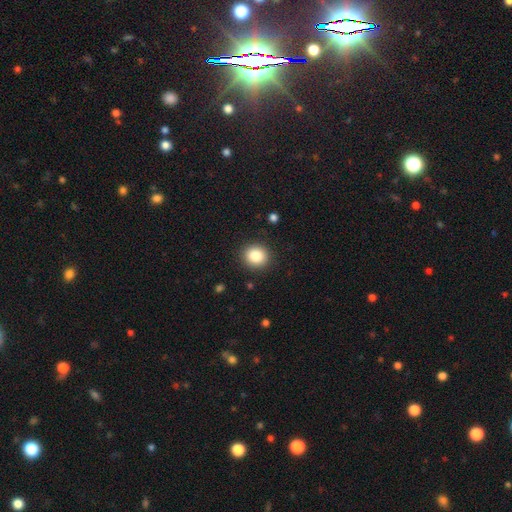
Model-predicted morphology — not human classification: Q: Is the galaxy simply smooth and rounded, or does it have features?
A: smooth — 85%.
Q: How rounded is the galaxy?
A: round — 83%.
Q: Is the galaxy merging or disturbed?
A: none — 90%.